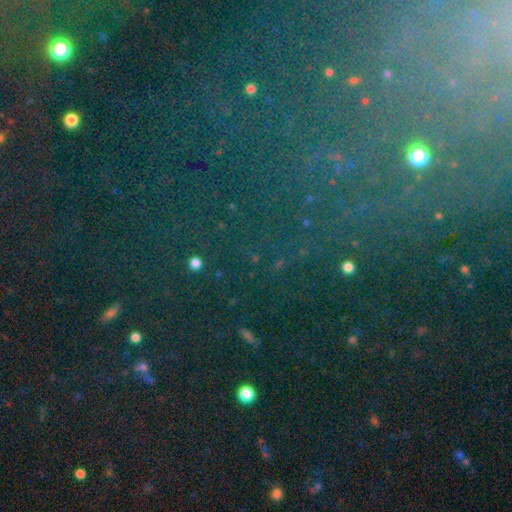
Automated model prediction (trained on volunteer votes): A star or artifact, not a galaxy (76%).